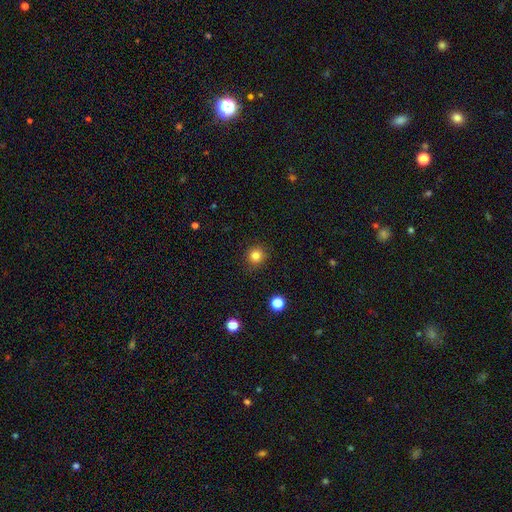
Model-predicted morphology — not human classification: This is clearly a smooth galaxy (83%). How rounded: clearly round (91%). Merging: clearly none (89%).